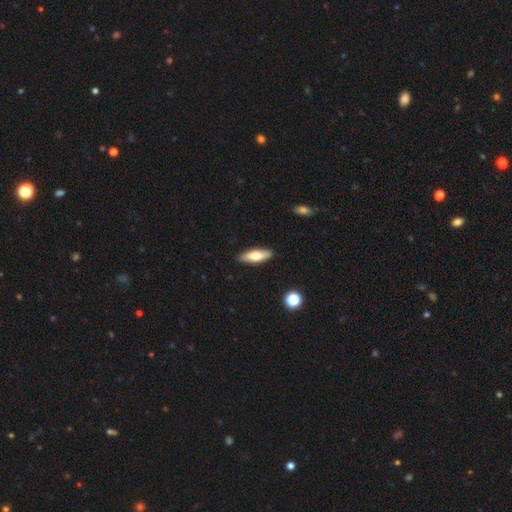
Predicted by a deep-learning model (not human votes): This appears to be a smooth galaxy with no disk features (64%) that is cigar-shaped (52%). Merging: none (88%).